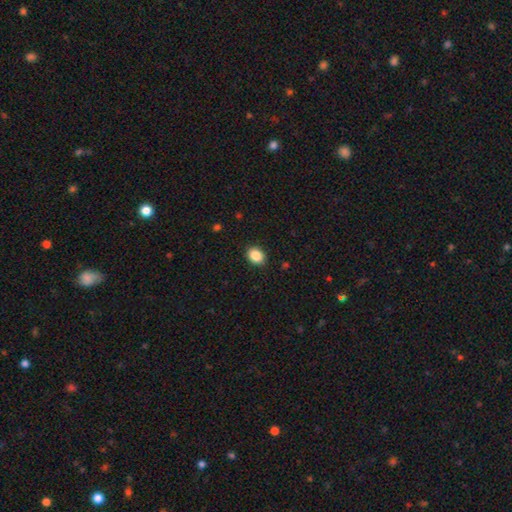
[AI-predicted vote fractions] This appears to be a smooth galaxy with no disk features (88%) that is in between round and cigar-shaped (62%). Merging: none (90%).